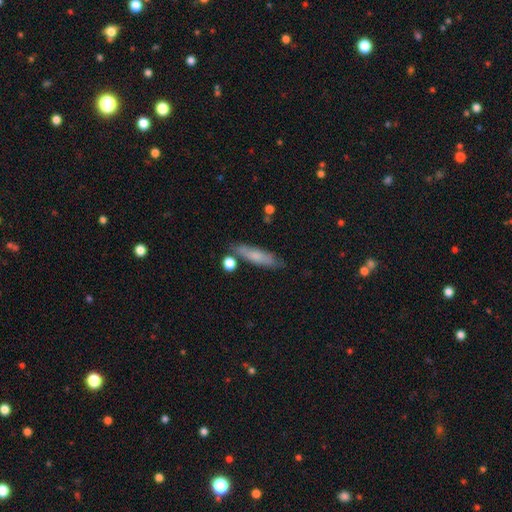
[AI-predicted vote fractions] Overall: smooth (66%; featured or disk 27%). How rounded: cigar-shaped (68%; in between 30%). Merging: none (71%).